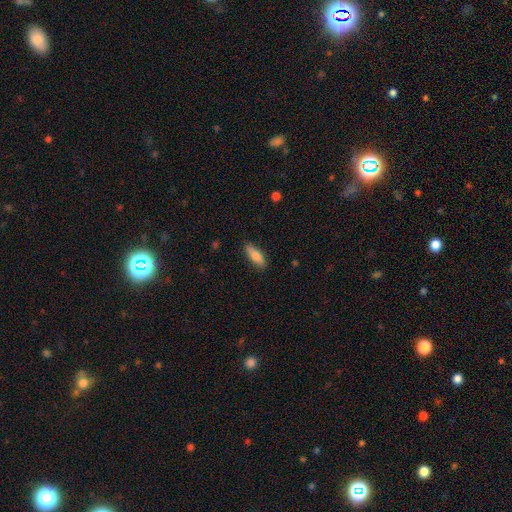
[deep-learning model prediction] Smooth or featured? smooth (80%)
How rounded? in between (59%)
Merging? none (86%)